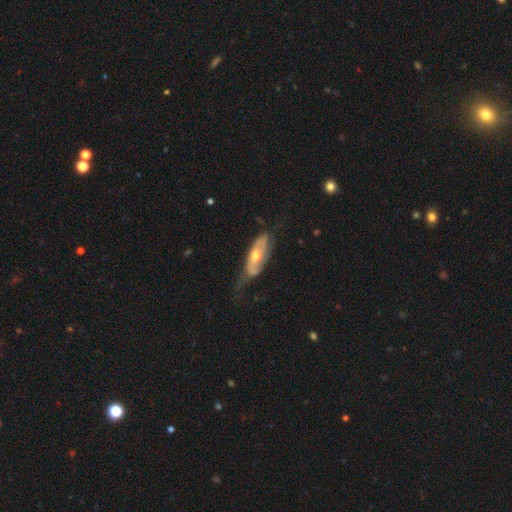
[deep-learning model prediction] Overall: featured or disk (62%; smooth 33%). Edge-on disk: no (76%). Merging: none (44%; minor disturbance 33%).